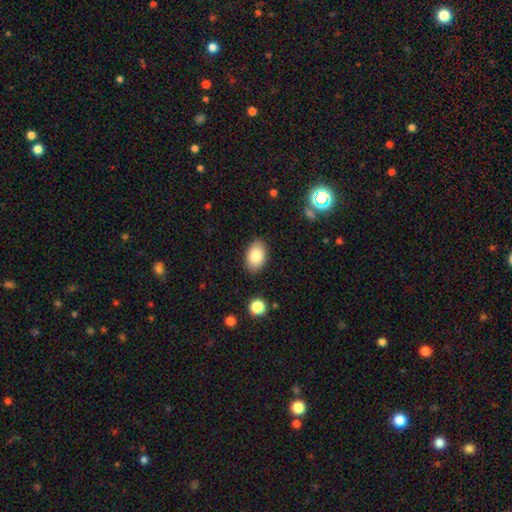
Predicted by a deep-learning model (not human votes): Smooth or featured? Predicted: smooth (p=0.85). How rounded? Predicted: in between (p=0.90). Merging? Predicted: none (p=0.86).